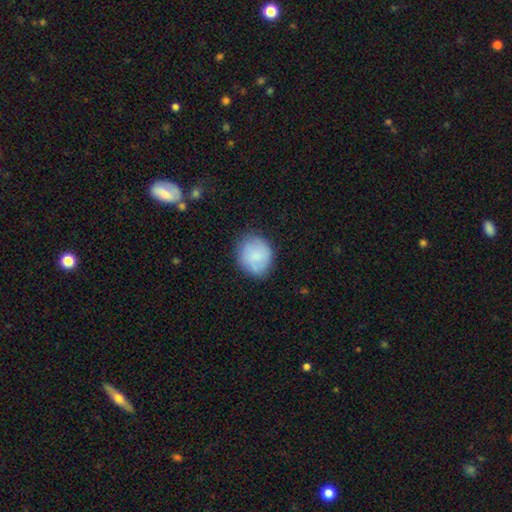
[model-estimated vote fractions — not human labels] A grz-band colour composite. It shows a smooth galaxy with no disk features (77%) that is round (71%). Merging: none (75%).